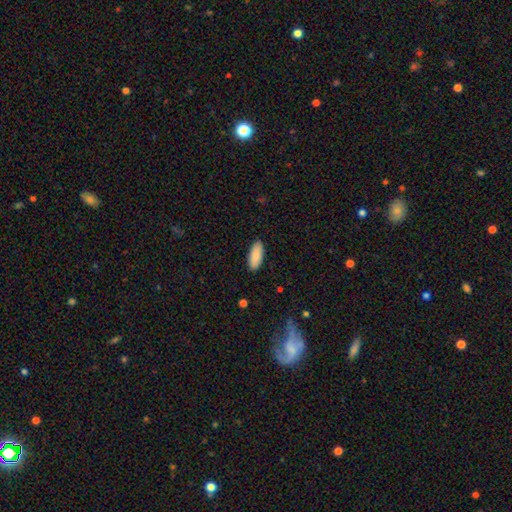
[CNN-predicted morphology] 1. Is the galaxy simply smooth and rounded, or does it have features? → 90% smooth, 5% star or artifact, 5% featured or disk.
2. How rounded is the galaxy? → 82% in between, 17% cigar-shaped, 2% round.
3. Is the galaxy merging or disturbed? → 90% none, 7% minor disturbance, 2% major disturbance, 1% merger.